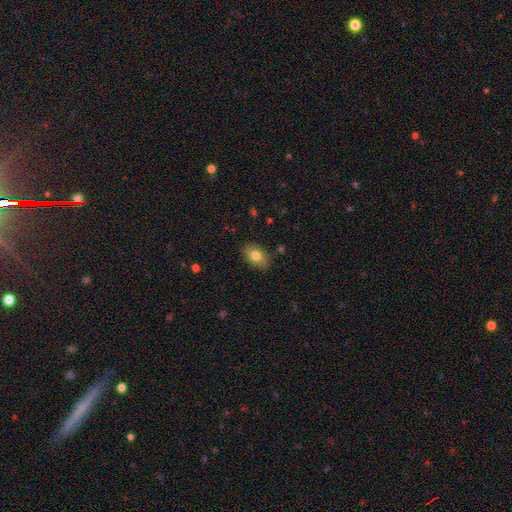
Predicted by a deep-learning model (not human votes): Q: Smooth or featured?
A: smooth (78%); runner-up: featured or disk (14%)
Q: How rounded?
A: in between (85%); runner-up: round (13%)
Q: Merging?
A: none (84%); runner-up: minor disturbance (12%)